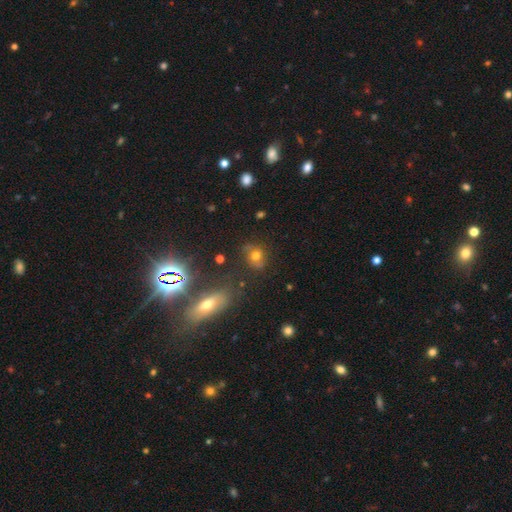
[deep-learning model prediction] smooth 64%, star or artifact 20%, featured or disk 16%. Down the decision tree: how rounded — round (67%); merging — none (70%).